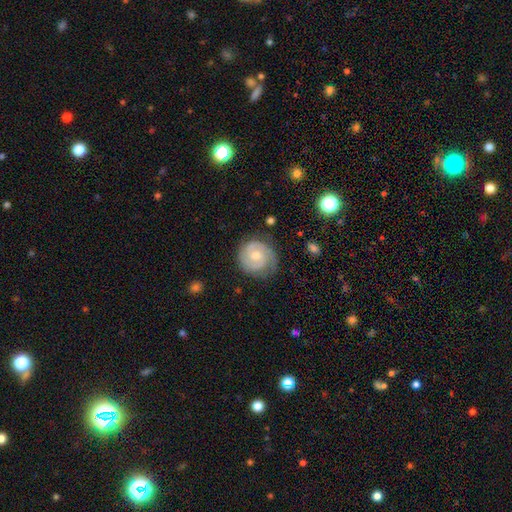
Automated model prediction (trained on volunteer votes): A featured or disk galaxy (84%) with no bar (62%), 2 (82%) tight (67%) spiral arms (97%) and a moderate central bulge (48%).

Vote fractions:
- Smooth or featured? featured or disk: 84% / smooth: 11% / star or artifact: 5%
- Edge-on disk? no: 98% / yes: 2%
- Bar? no: 62% / weak: 33% / strong: 5%
- Spiral arms? yes: 97% / no: 3%
- Spiral winding? tight: 67% / medium: 29% / loose: 5%
- Spiral arm count? 2: 82% / can't tell: 6% / 3: 6% / 1: 4% / 4: 1% / more than 4: 1%
- Bulge size? moderate: 48% / small: 45% / none: 3% / large: 2% / dominant: 1%
- Merging? none: 79% / minor disturbance: 15% / major disturbance: 5% / merger: 1%